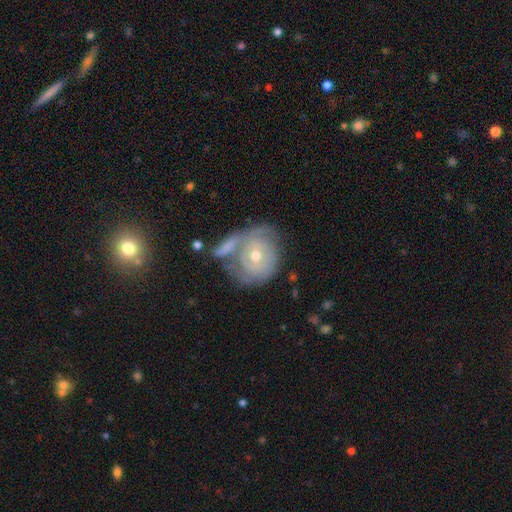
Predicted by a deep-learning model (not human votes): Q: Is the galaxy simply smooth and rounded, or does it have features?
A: featured or disk — 73%.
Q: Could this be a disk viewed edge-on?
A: no — 96%.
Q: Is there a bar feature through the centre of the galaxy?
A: no — 70%.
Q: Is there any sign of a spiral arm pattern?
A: yes — 79%.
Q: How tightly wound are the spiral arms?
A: tight — 75%.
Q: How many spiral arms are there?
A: can't tell — 48%.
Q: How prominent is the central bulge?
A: moderate — 57%.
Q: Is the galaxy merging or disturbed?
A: none — 48%.